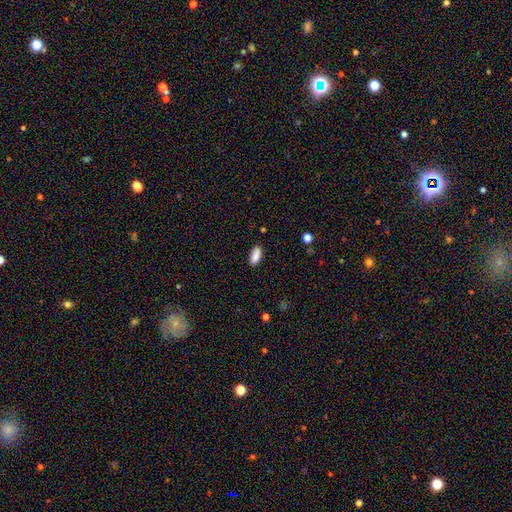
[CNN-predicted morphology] Q: Smooth or featured?
A: smooth (87%); runner-up: star or artifact (7%)
Q: How rounded?
A: in between (83%); runner-up: cigar-shaped (15%)
Q: Merging?
A: none (84%); runner-up: minor disturbance (12%)